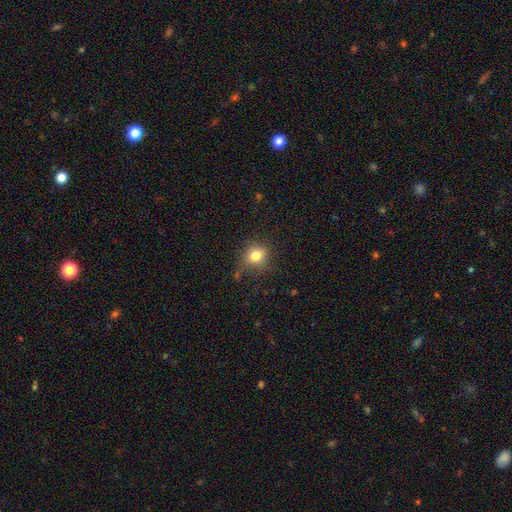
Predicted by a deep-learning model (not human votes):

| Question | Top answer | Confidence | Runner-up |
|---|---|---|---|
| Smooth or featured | smooth | 78% | star or artifact (13%) |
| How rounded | round | 75% | in between (24%) |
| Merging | none | 75% | minor disturbance (17%) |